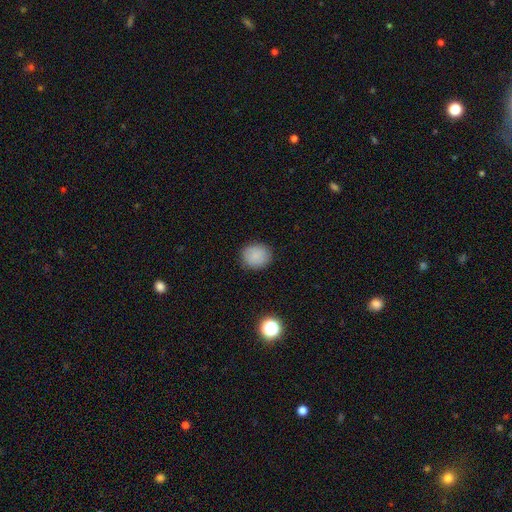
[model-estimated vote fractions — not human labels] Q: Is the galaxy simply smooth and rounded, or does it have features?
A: smooth — 85%.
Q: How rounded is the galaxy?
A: round — 77%.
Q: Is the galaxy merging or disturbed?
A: none — 87%.